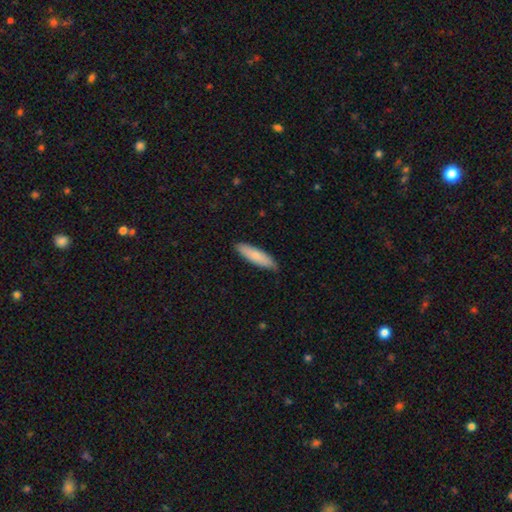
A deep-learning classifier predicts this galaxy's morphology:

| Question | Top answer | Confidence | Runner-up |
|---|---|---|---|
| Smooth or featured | smooth | 82% | featured or disk (12%) |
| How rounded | cigar-shaped | 68% | in between (31%) |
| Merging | none | 84% | minor disturbance (13%) |